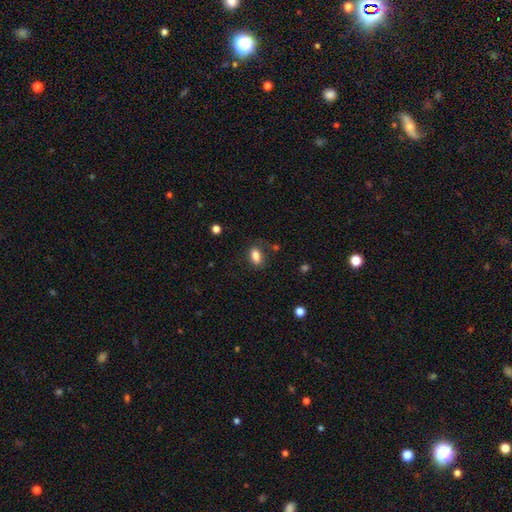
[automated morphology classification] This appears to be a smooth galaxy with no disk features (84%) that is in between round and cigar-shaped (87%). Merging: none (78%).